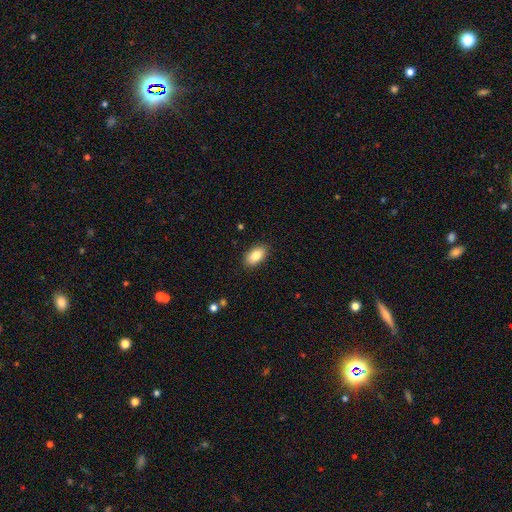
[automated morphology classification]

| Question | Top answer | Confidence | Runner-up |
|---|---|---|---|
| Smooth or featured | smooth | 85% | featured or disk (8%) |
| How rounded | in between | 92% | round (5%) |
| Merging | none | 88% | minor disturbance (9%) |